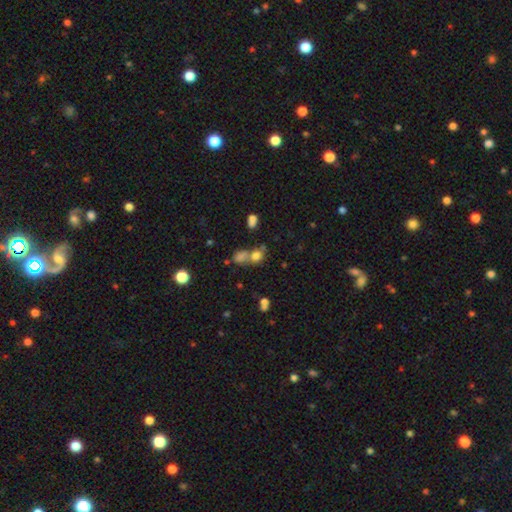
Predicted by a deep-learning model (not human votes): This appears to be a smooth galaxy with no disk features (71%) that is round (72%). Merging: merger (44%).